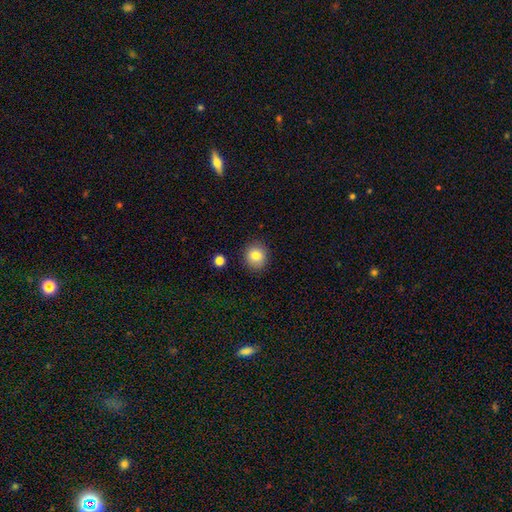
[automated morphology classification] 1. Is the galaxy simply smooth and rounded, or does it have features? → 83% smooth, 9% star or artifact, 7% featured or disk.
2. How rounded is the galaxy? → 86% round, 13% in between, 1% cigar-shaped.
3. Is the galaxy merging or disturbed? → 89% none, 7% minor disturbance, 2% major disturbance, 2% merger.